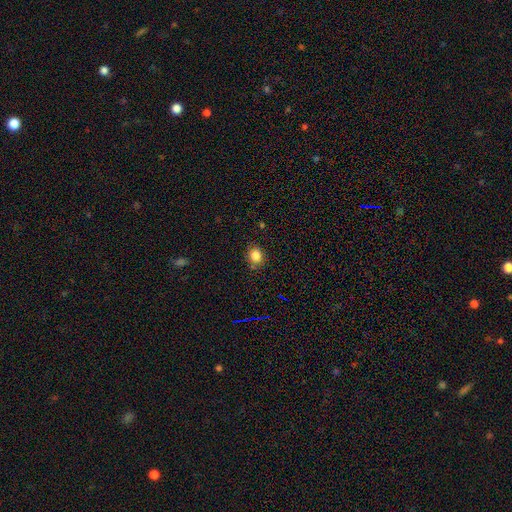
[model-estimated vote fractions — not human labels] Smooth or featured? smooth (83%)
How rounded? round (64%)
Merging? none (81%)